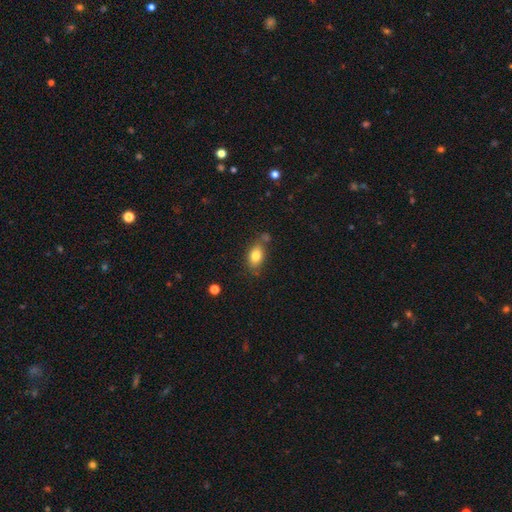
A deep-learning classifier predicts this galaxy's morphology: The model was most divided on "merging": none: 64%, minor disturbance: 21%, merger: 10%, major disturbance: 6%. More confident: how rounded — in between (84%); smooth or featured — smooth (80%).